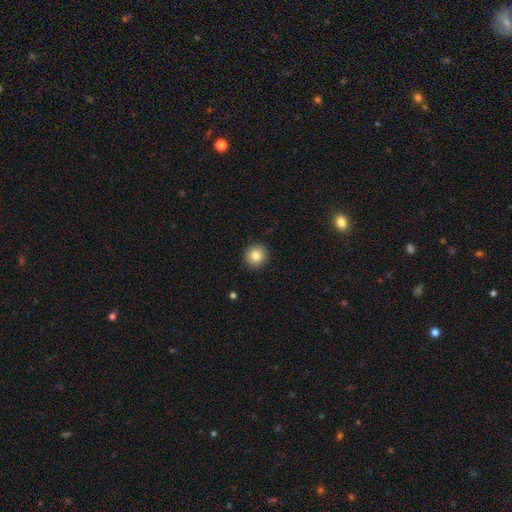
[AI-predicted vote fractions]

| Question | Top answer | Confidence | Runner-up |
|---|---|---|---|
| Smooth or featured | smooth | 82% | star or artifact (9%) |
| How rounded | round | 95% | in between (4%) |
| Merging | none | 92% | minor disturbance (6%) |